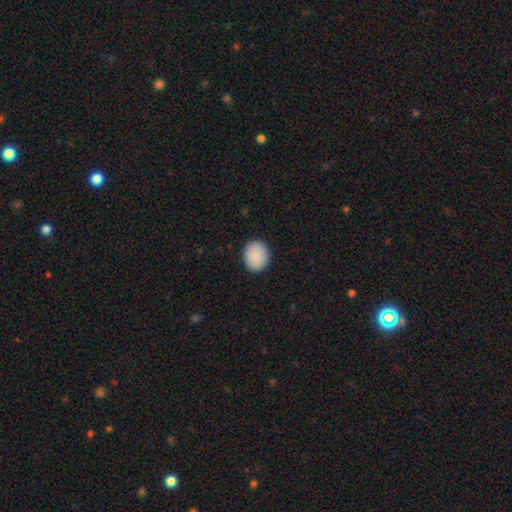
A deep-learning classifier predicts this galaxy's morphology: A smooth galaxy with no disk features (90%) that is round (57%). Merging: none (89%).